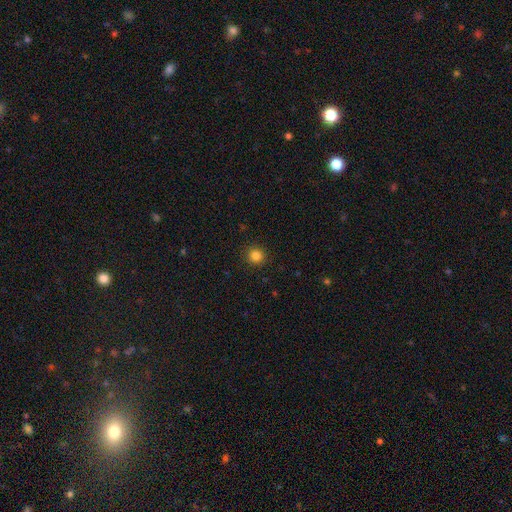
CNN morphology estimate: type=smooth (84%); roundness=round (93%); merging=none (92%).